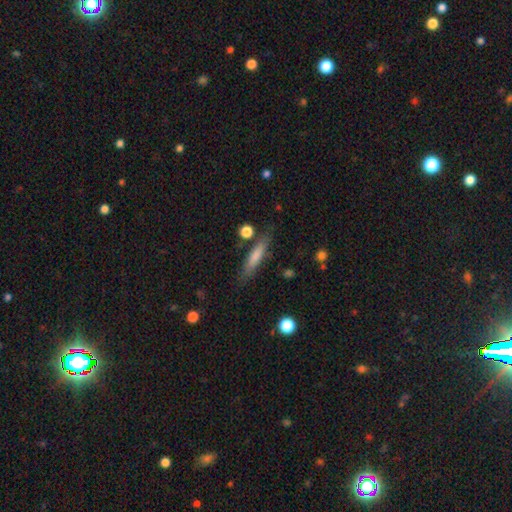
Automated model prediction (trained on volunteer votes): smooth-or-featured: smooth: 73% | featured or disk: 20% | star or artifact: 7%
  how-rounded: cigar-shaped: 84% | in between: 14% | round: 2%
  merging: none: 79% | minor disturbance: 13% | merger: 4% | major disturbance: 4%